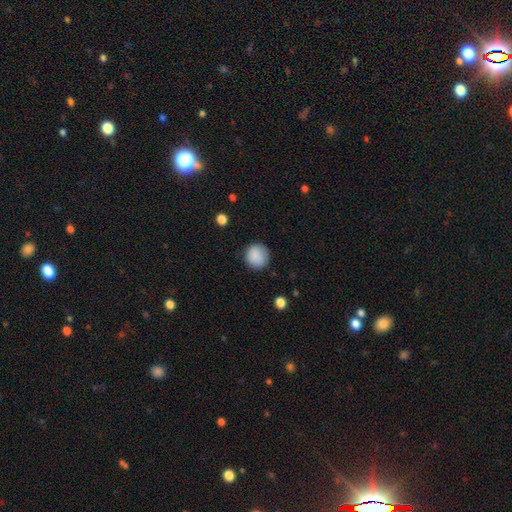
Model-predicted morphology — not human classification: smooth 88%, star or artifact 8%, featured or disk 4%. Down the decision tree: how rounded — round (94%); merging — none (87%).